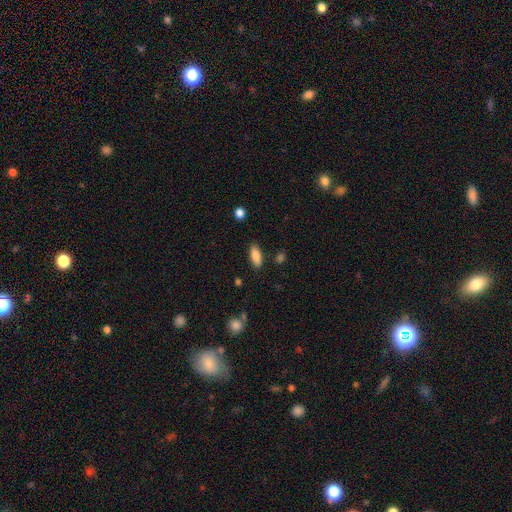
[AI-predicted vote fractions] This is clearly a smooth galaxy (82%). How rounded: likely in between (80%). Merging: clearly none (85%).